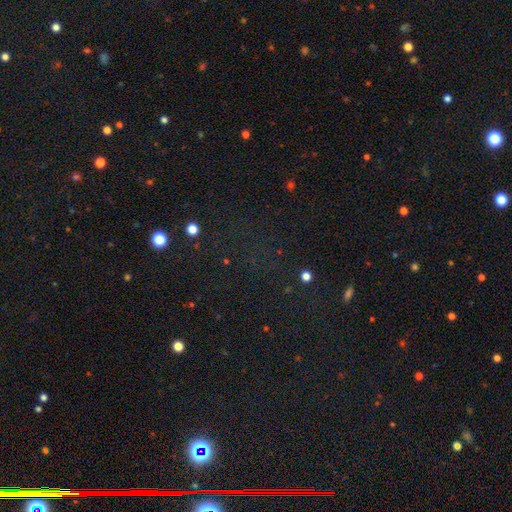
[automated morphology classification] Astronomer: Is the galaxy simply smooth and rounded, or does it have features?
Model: star or artifact — 67%.